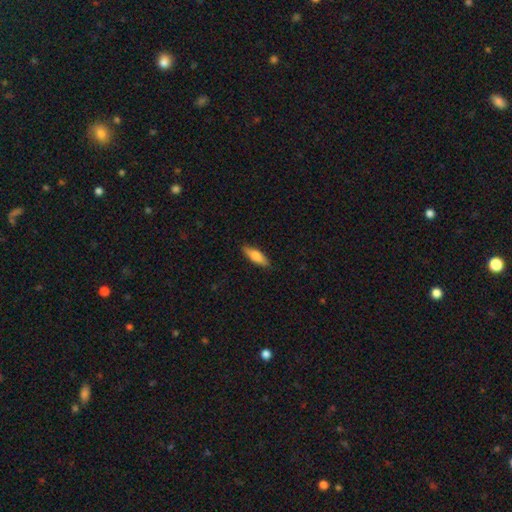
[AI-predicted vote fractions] Smooth or featured?
  - smooth: 77% *
  - featured or disk: 17%
  - star or artifact: 6%
How rounded?
  - in between: 55% *
  - cigar-shaped: 43%
  - round: 2%
Merging?
  - none: 87% *
  - minor disturbance: 10%
  - major disturbance: 2%
  - merger: 1%